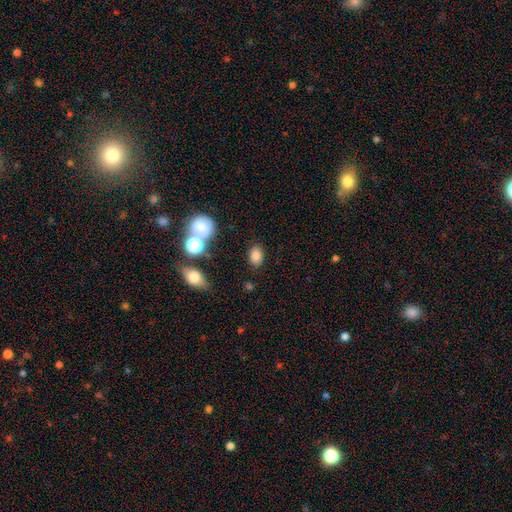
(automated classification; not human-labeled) Smooth or featured?
  - smooth: 82% *
  - star or artifact: 11%
  - featured or disk: 7%
How rounded?
  - in between: 78% *
  - round: 21%
  - cigar-shaped: 1%
Merging?
  - none: 81% *
  - minor disturbance: 10%
  - merger: 5%
  - major disturbance: 4%